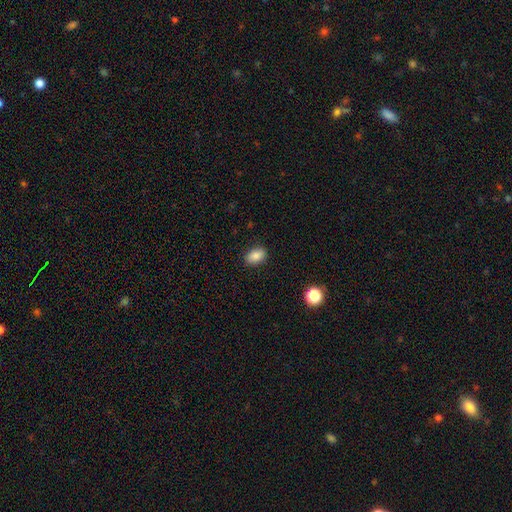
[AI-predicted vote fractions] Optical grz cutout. It shows a smooth galaxy with no disk features (86%) that is in between round and cigar-shaped (85%). Merging: none (88%).